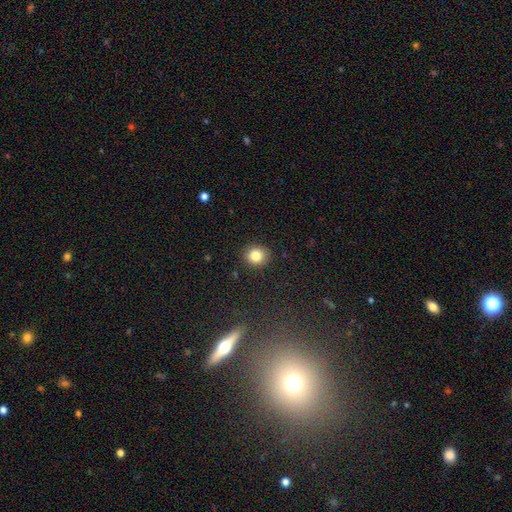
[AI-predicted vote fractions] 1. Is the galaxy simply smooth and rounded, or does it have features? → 83% smooth, 10% star or artifact, 7% featured or disk.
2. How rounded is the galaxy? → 83% round, 16% in between, 1% cigar-shaped.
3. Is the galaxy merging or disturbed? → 90% none, 6% minor disturbance, 2% major disturbance, 1% merger.